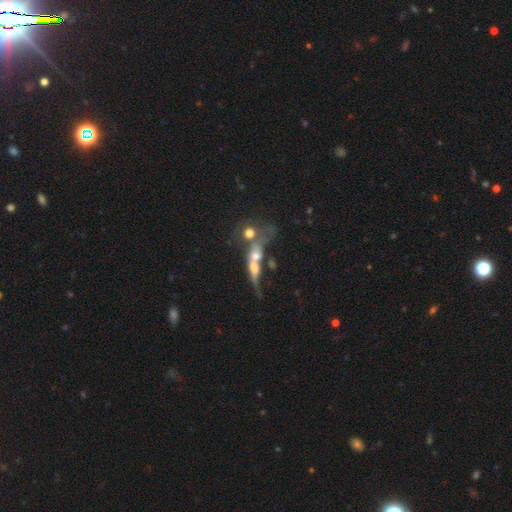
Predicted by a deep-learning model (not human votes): Smooth or featured? Predicted: featured or disk (p=0.47). Merging? Predicted: merger (p=0.60).